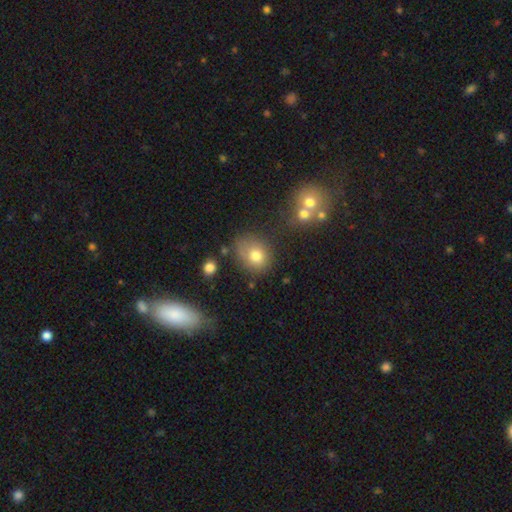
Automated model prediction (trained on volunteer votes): Smooth or featured: smooth — 75% (star or artifact — 13%)
How rounded: round — 63% (in between — 36%)
Merging: none — 64% (minor disturbance — 20%)